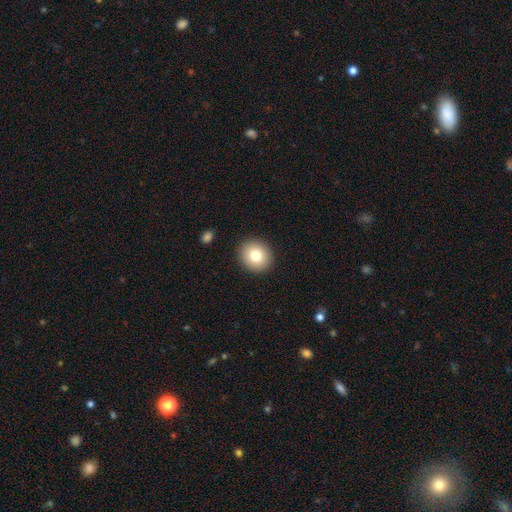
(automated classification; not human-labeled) smooth_or_featured: smooth (p=0.79) [alt: featured or disk p=0.11]
how_rounded: round (p=0.84) [alt: in between p=0.15]
merging: none (p=0.91) [alt: minor disturbance p=0.06]